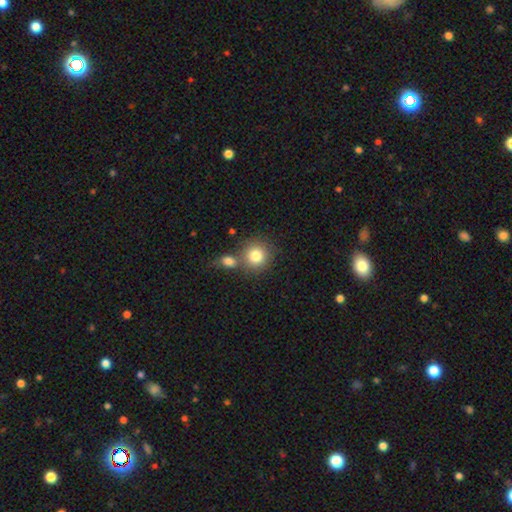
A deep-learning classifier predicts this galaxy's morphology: The model was most divided on "merging": none: 59%, merger: 29%, minor disturbance: 8%, major disturbance: 4%. More confident: how rounded — round (88%); smooth or featured — smooth (81%).